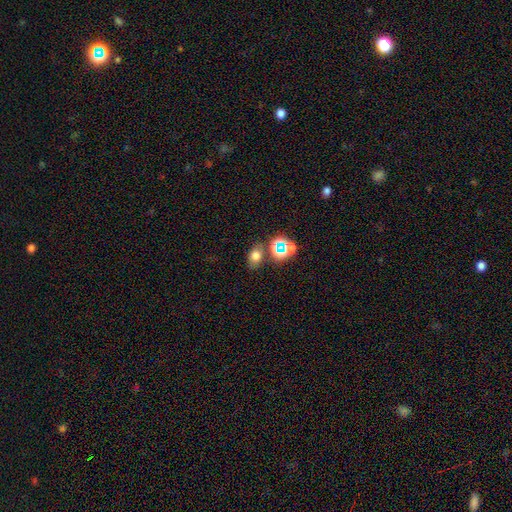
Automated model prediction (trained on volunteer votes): smooth-or-featured: smooth: 66% | star or artifact: 22% | featured or disk: 12%
  how-rounded: in between: 72% | round: 26% | cigar-shaped: 2%
  merging: none: 69% | merger: 13% | minor disturbance: 13% | major disturbance: 5%